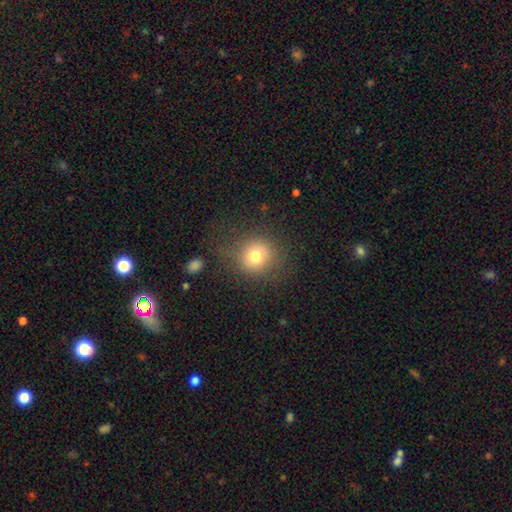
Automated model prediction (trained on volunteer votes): Morphology: type=smooth (75%); roundness=round (88%); merging=none (75%).